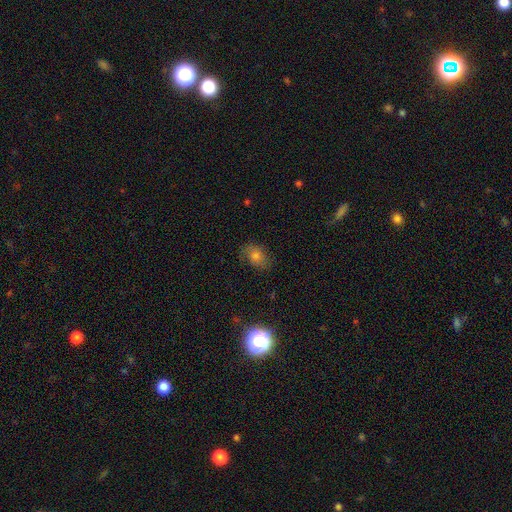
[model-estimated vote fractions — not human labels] smooth 59%, featured or disk 21%, star or artifact 20%. Down the decision tree: how rounded — in between (65%); merging — none (73%).